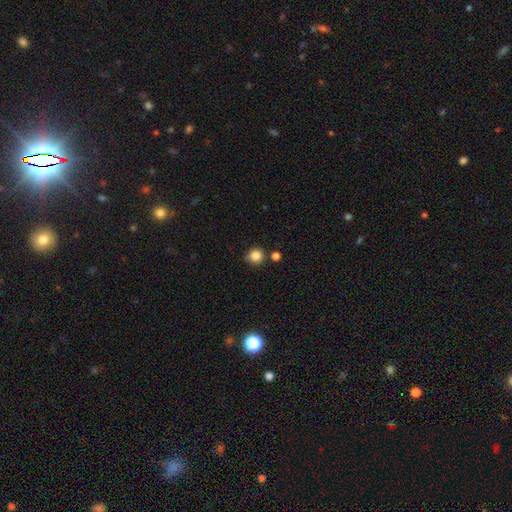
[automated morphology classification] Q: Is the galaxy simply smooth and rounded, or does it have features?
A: smooth — 85%.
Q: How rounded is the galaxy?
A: round — 92%.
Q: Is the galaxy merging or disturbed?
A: none — 79%.